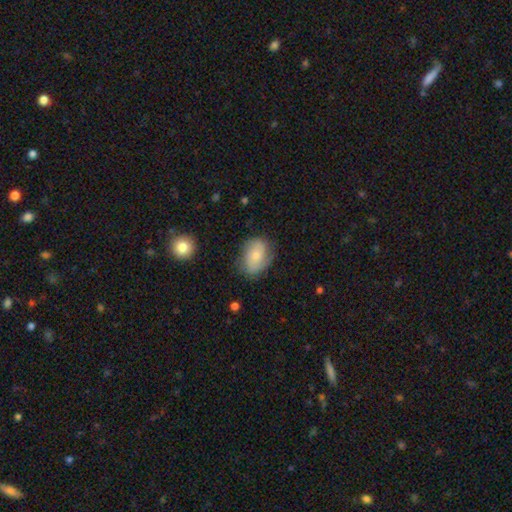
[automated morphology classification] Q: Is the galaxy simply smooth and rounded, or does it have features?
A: smooth — 59%.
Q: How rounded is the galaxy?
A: in between — 73%.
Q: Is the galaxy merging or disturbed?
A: none — 64%.